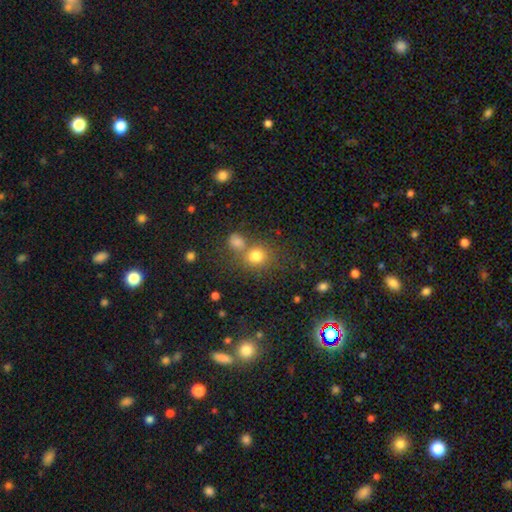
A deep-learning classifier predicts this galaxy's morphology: smooth 77%, star or artifact 15%, featured or disk 9%. Down the decision tree: how rounded — round (81%); merging — none (58%).